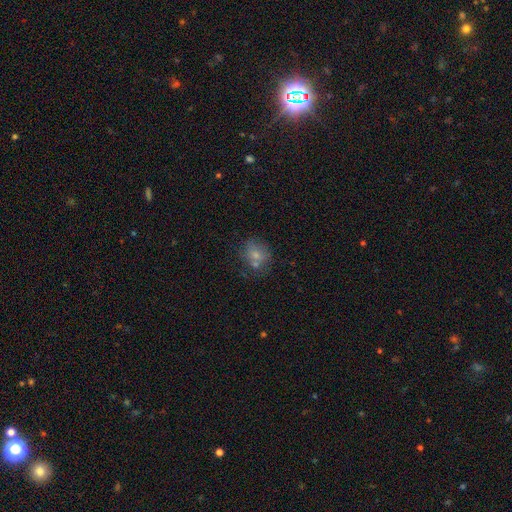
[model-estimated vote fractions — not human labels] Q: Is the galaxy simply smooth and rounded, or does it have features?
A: smooth — 69%.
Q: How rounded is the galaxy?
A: round — 63%.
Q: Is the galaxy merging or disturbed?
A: none — 56%.